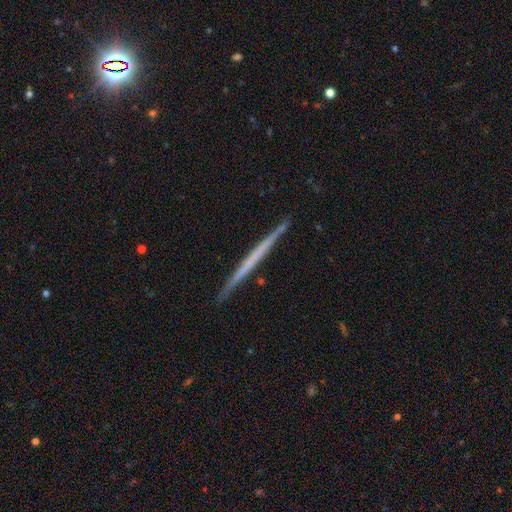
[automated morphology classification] This appears to be a featured or disk galaxy (59%) viewed edge-on (98%) with no central bulge (93%). Merging: none (92%).